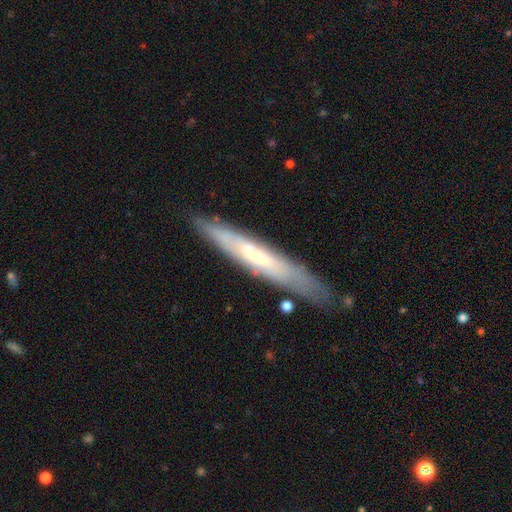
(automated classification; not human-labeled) featured or disk 53%, smooth 41%, star or artifact 6%. Down the decision tree: edge-on disk — yes (74%); merging — none (81%).